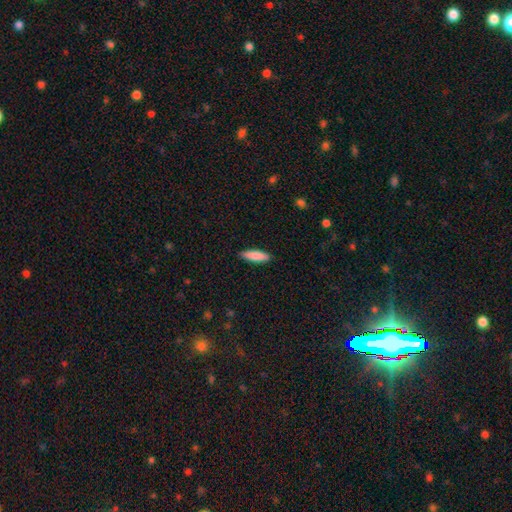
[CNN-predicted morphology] smooth-or-featured: smooth: 86% | featured or disk: 8% | star or artifact: 5%
  how-rounded: cigar-shaped: 62% | in between: 37% | round: 1%
  merging: none: 89% | minor disturbance: 9% | major disturbance: 2% | merger: 1%